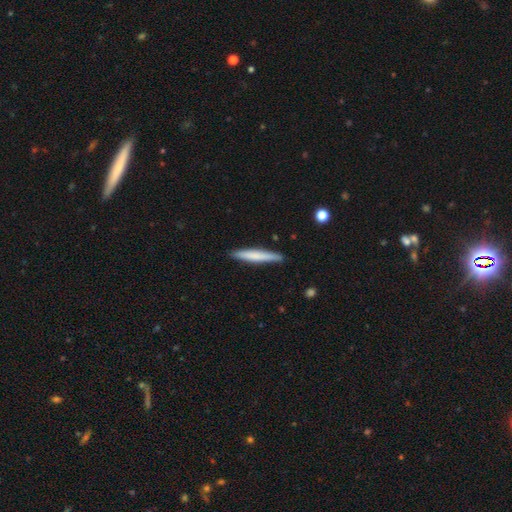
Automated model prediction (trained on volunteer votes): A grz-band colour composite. It shows a smooth galaxy with no disk features (66%) that is cigar-shaped (95%). Merging: none (89%).